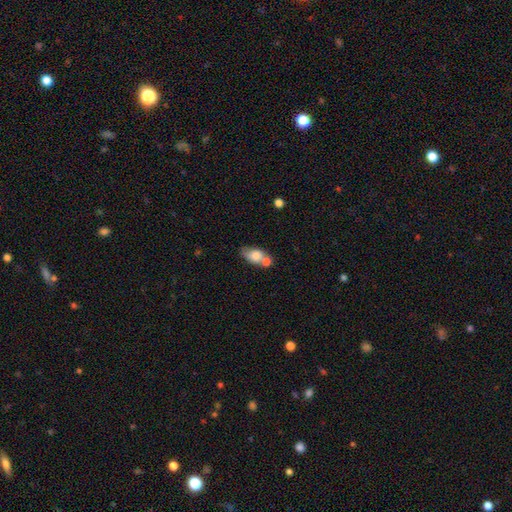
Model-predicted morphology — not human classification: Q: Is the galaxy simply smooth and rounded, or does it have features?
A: smooth — 74%.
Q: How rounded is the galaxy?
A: in between — 82%.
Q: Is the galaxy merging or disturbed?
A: merger — 42%.